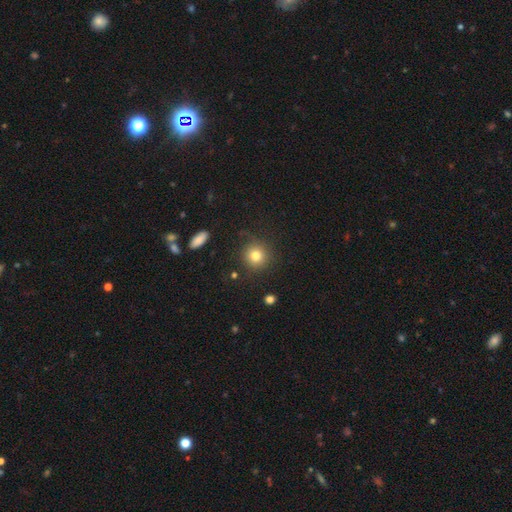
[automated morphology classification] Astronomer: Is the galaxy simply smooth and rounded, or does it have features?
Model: smooth — 81%.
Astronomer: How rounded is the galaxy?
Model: round — 92%.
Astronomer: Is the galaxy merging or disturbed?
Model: none — 85%.